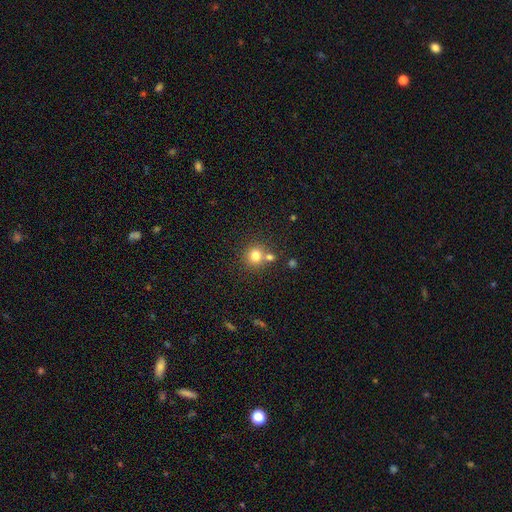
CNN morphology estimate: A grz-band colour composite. It shows a smooth galaxy with no disk features (78%) that is round (90%). Merging: none (65%).